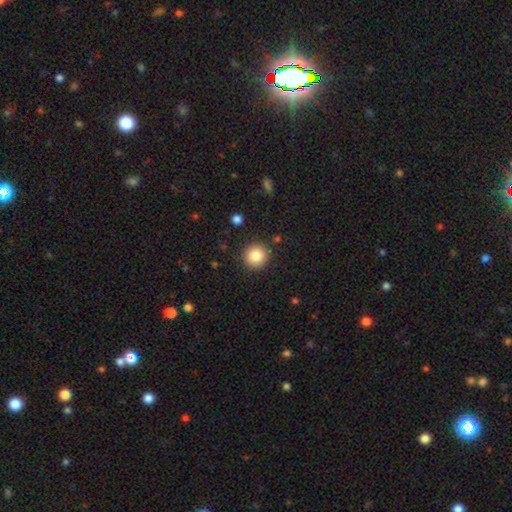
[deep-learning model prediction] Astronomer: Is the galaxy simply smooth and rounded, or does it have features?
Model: smooth — 85%.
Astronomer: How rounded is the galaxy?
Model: round — 93%.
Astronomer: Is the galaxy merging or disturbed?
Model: none — 89%.